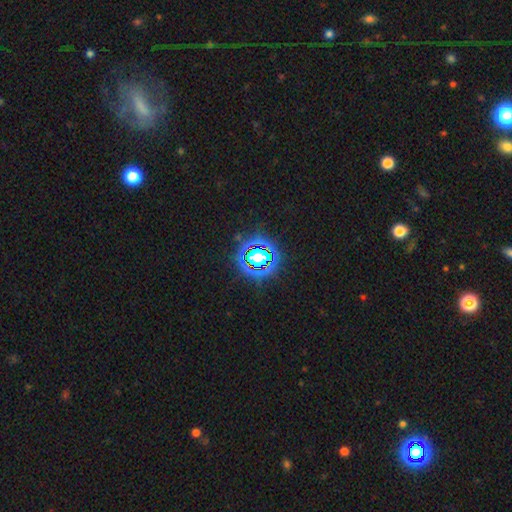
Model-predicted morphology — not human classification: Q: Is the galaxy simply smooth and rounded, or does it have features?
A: star or artifact — 69%.